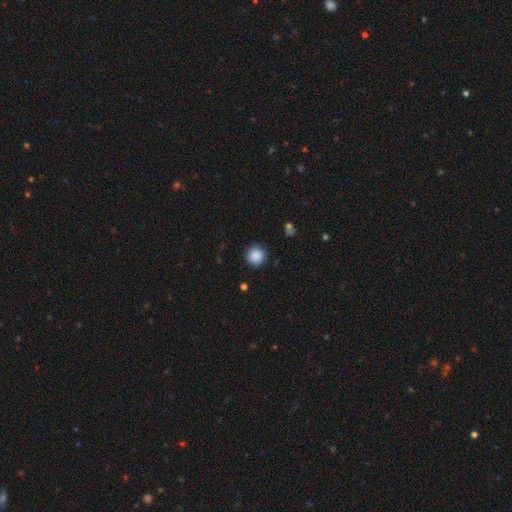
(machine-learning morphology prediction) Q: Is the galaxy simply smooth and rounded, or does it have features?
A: smooth — 88%.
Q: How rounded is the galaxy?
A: round — 94%.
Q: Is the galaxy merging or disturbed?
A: none — 89%.